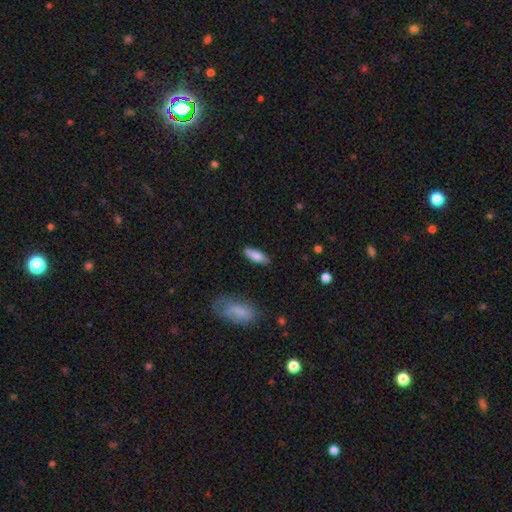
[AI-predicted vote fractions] This appears to be a smooth galaxy with no disk features (77%) that is in between round and cigar-shaped (60%). Merging: none (81%).